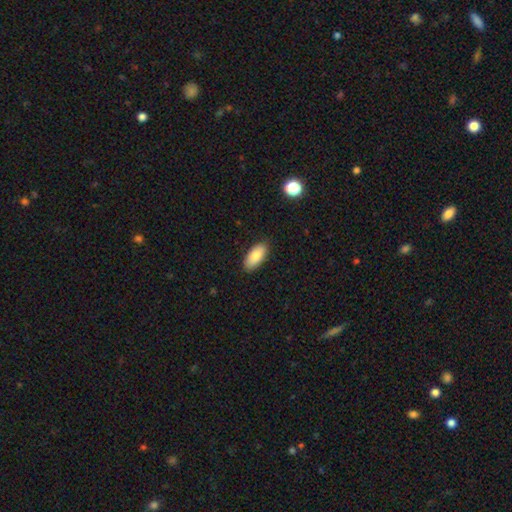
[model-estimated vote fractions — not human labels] Smooth or featured? smooth (85%)
How rounded? in between (91%)
Merging? none (87%)